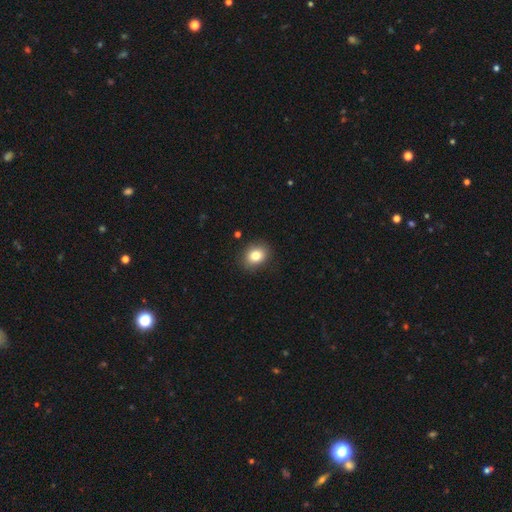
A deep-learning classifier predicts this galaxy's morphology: Smooth or featured? Predicted: smooth (p=0.82). How rounded? Predicted: round (p=0.53). Merging? Predicted: none (p=0.87).